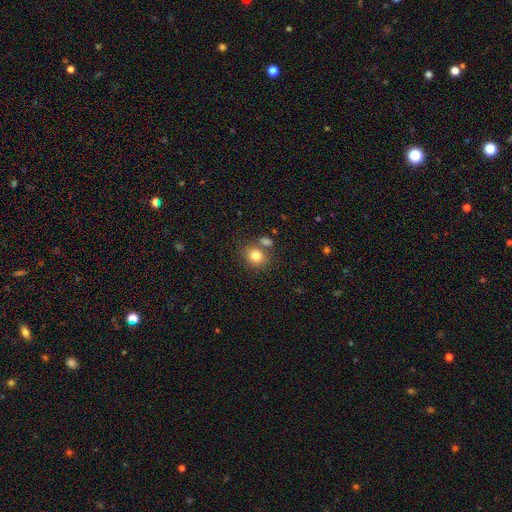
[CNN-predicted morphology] Q: Smooth or featured?
A: smooth (81%); runner-up: star or artifact (11%)
Q: How rounded?
A: round (65%); runner-up: in between (34%)
Q: Merging?
A: none (67%); runner-up: merger (18%)